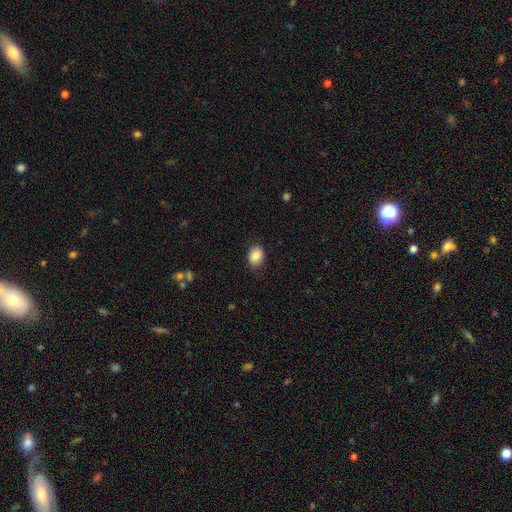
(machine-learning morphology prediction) smooth_or_featured: smooth (p=0.87) [alt: star or artifact p=0.08]
how_rounded: in between (p=0.66) [alt: round p=0.33]
merging: none (p=0.84) [alt: minor disturbance p=0.12]